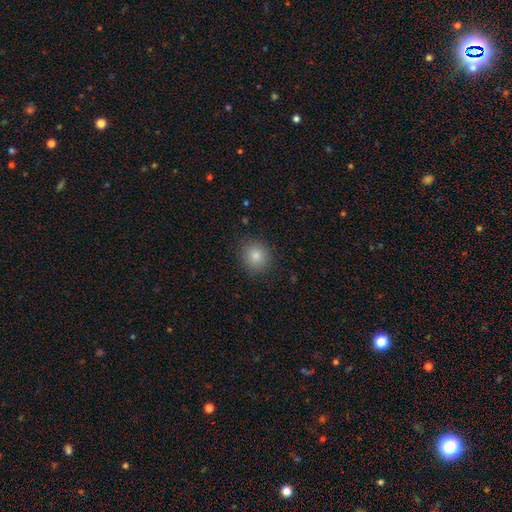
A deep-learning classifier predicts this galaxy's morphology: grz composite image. It shows a smooth galaxy with no disk features (81%) that is round (86%). Merging: none (89%).